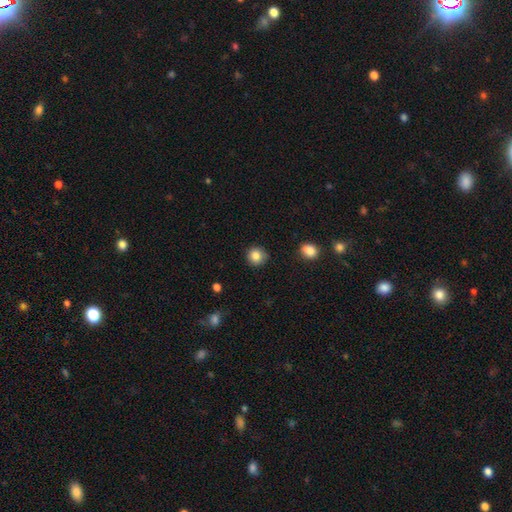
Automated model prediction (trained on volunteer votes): Smooth or featured? smooth (85%)
How rounded? round (92%)
Merging? none (88%)